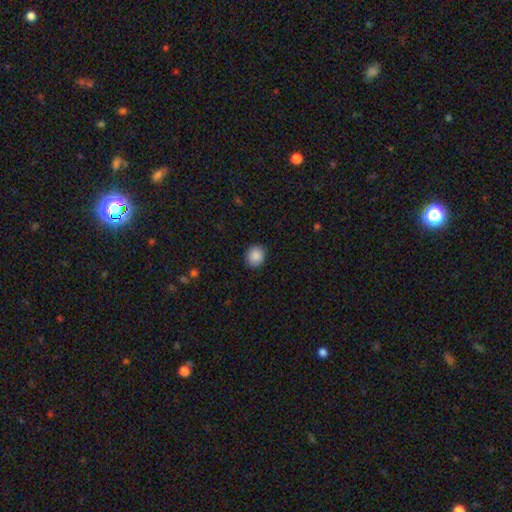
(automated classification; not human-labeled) Morphology: type=smooth (88%); roundness=round (69%); merging=none (89%).